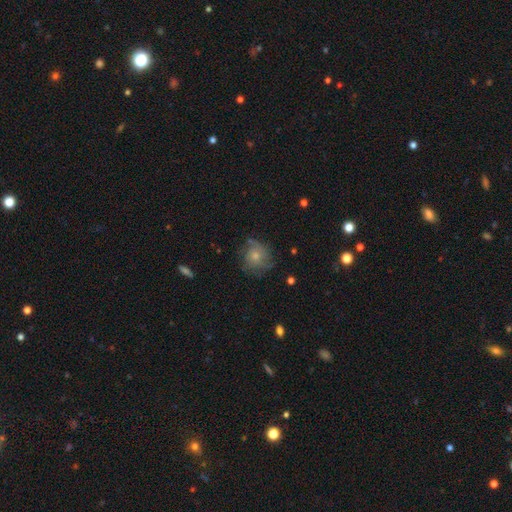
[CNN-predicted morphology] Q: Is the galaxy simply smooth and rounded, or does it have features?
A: smooth — 47%.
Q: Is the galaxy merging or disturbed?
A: none — 65%.